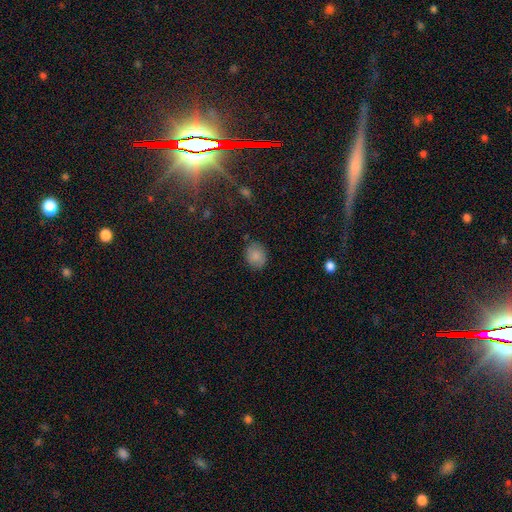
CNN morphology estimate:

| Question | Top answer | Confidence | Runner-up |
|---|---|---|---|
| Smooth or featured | smooth | 84% | star or artifact (9%) |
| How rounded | round | 64% | in between (35%) |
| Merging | none | 83% | minor disturbance (12%) |